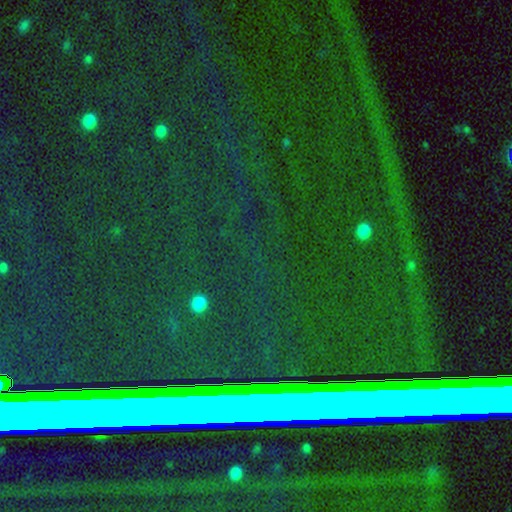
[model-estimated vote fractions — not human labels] Morphology: type=star or artifact (80%).